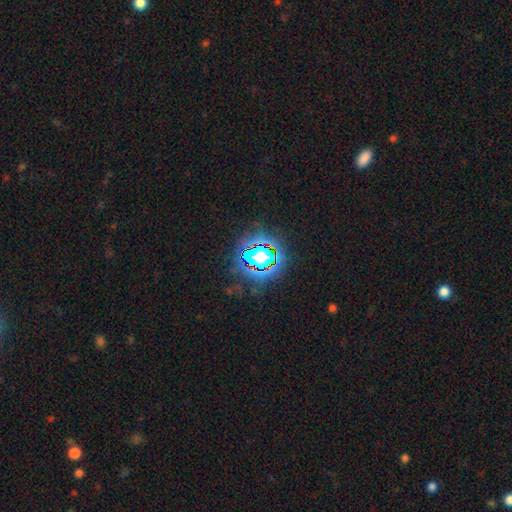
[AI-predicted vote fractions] The model was most divided on "smooth or featured": star or artifact: 79%, smooth: 12%, featured or disk: 8%.